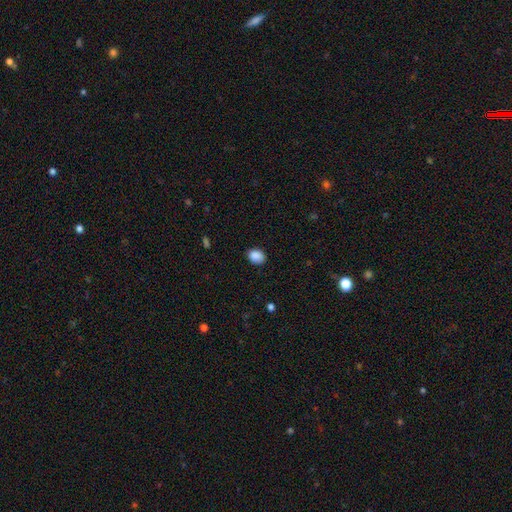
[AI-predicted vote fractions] The model was most divided on "how rounded": in between: 69%, round: 30%, cigar-shaped: 1%. More confident: smooth or featured — smooth (89%); merging — none (83%).